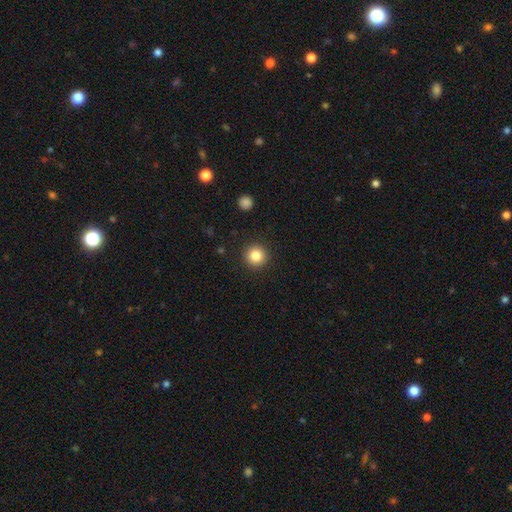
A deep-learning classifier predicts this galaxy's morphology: A smooth galaxy with no disk features (84%) that is round (95%). Merging: none (92%).